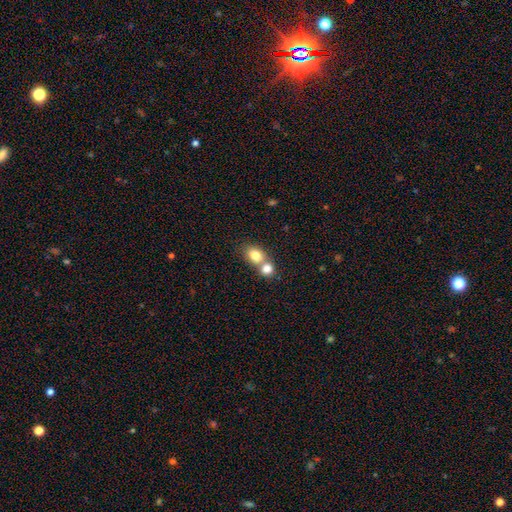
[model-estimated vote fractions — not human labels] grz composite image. It shows a smooth galaxy with no disk features (80%) that is in between round and cigar-shaped (56%). Merging: merger (58%).